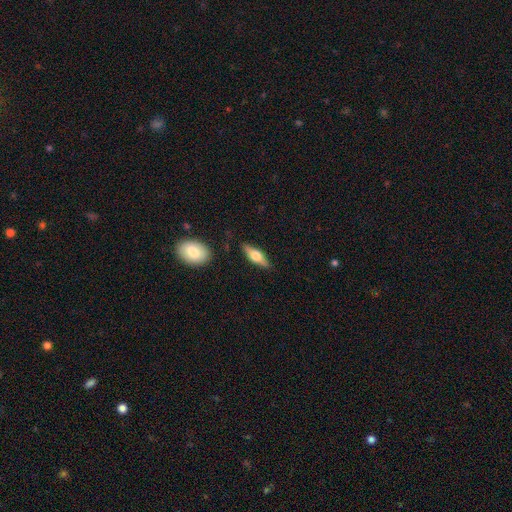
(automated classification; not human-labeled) The model was most divided on "smooth or featured": smooth: 48%, featured or disk: 47%, star or artifact: 6%. More confident: merging — none (84%).